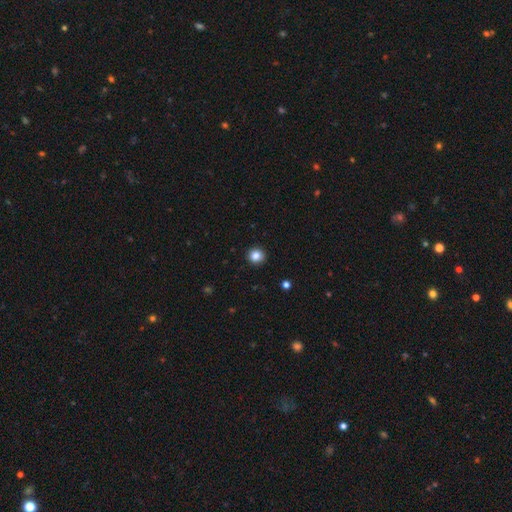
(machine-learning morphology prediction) smooth 84%, star or artifact 11%, featured or disk 5%. Down the decision tree: how rounded — round (92%); merging — none (93%).